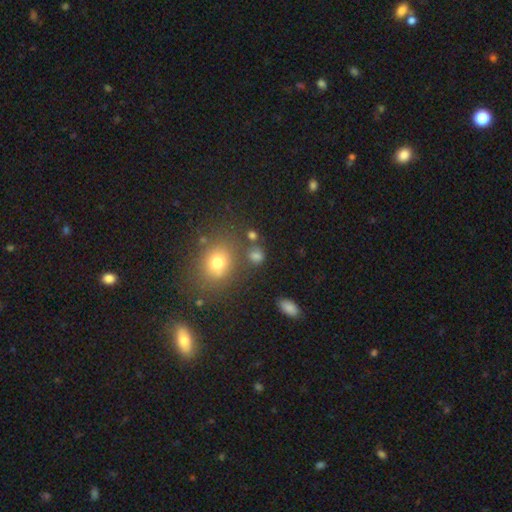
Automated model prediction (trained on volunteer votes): smooth_or_featured: smooth (p=0.73) [alt: star or artifact p=0.18]
how_rounded: round (p=0.68) [alt: in between p=0.31]
merging: none (p=0.69) [alt: merger p=0.12]